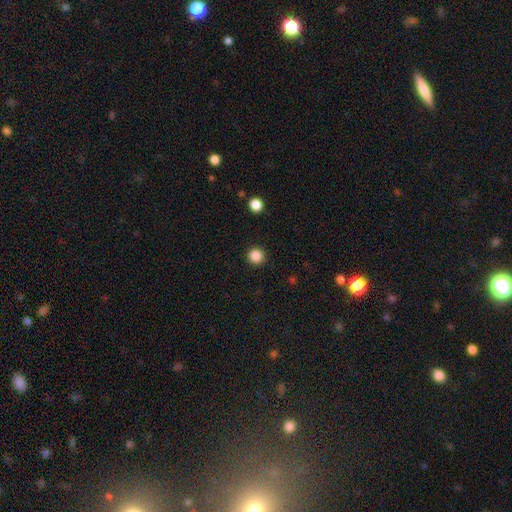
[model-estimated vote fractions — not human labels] smooth-or-featured: smooth: 86% | star or artifact: 11% | featured or disk: 3%
  how-rounded: round: 95% | in between: 4% | cigar-shaped: 1%
  merging: none: 92% | minor disturbance: 5% | major disturbance: 2% | merger: 1%